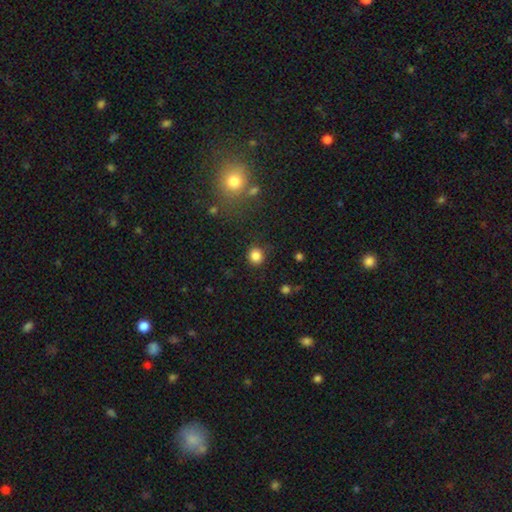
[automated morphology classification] The model was most divided on "smooth or featured": smooth: 84%, star or artifact: 12%, featured or disk: 4%. More confident: how rounded — round (86%); merging — none (86%).